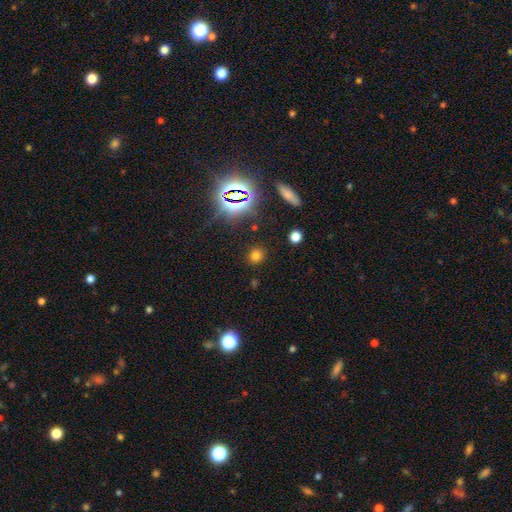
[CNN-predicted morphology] Smooth or featured?
  - smooth: 65% *
  - star or artifact: 28%
  - featured or disk: 7%
How rounded?
  - round: 78% *
  - in between: 20%
  - cigar-shaped: 1%
Merging?
  - none: 86% *
  - minor disturbance: 8%
  - major disturbance: 3%
  - merger: 2%